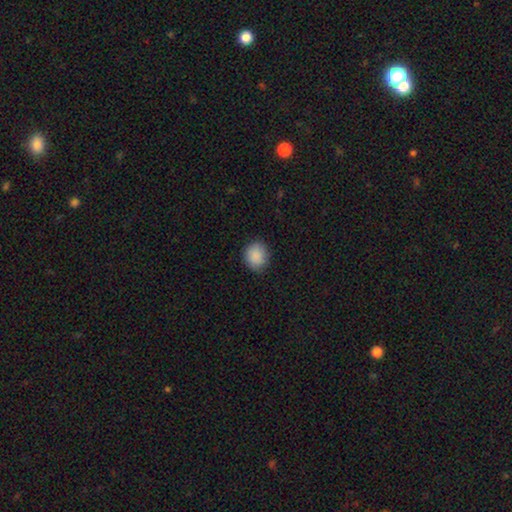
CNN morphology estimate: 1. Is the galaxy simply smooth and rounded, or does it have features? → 89% smooth, 8% star or artifact, 3% featured or disk.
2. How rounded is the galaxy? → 78% round, 21% in between, 1% cigar-shaped.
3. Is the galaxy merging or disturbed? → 86% none, 10% minor disturbance, 2% major disturbance, 1% merger.